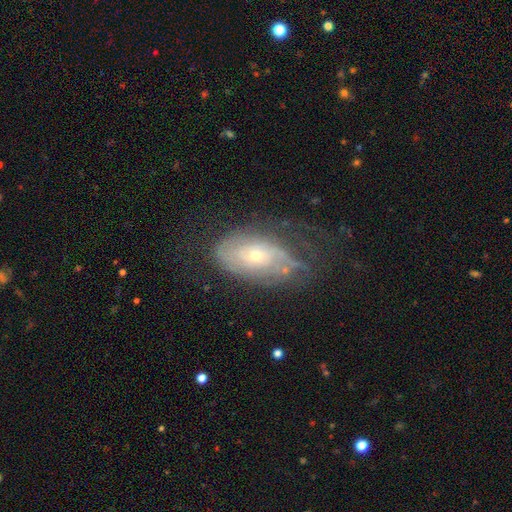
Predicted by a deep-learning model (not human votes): featured or disk 64%, smooth 27%, star or artifact 9%. Down the decision tree: edge-on disk — no (91%); bar — no (80%); spiral arms — yes (64%); bulge size — small (62%); merging — none (50%).